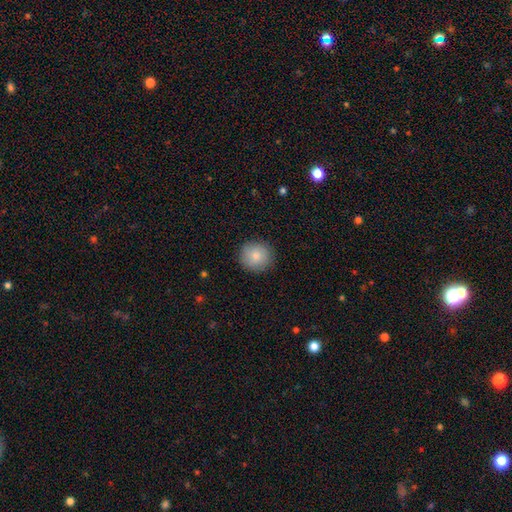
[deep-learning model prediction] Morphology: type=smooth (85%); roundness=round (91%); merging=none (90%).